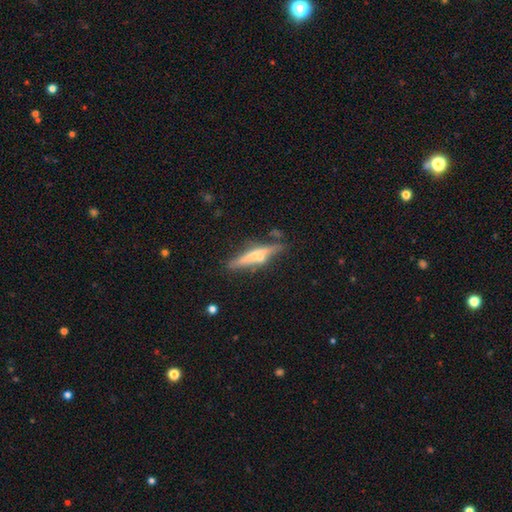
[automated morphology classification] A featured or disk galaxy (59%) viewed edge-on (93%) with a rounded central bulge (68%).

Vote fractions:
- Smooth or featured? featured or disk: 59% / smooth: 34% / star or artifact: 7%
- Edge-on disk? yes: 93% / no: 7%
- Edge-on bulge? rounded: 68% / none: 20% / boxy: 12%
- Merging? none: 72% / minor disturbance: 16% / merger: 7% / major disturbance: 5%